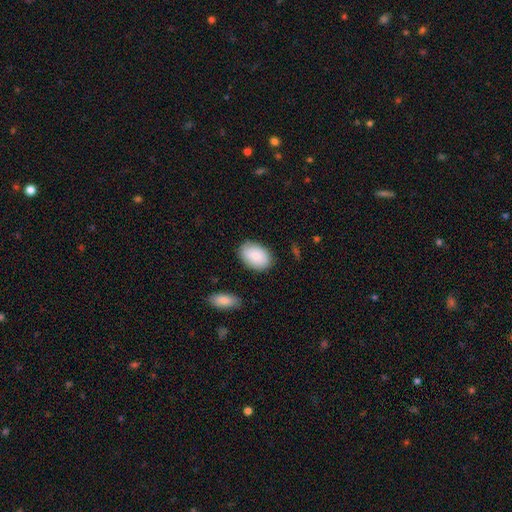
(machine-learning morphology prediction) Smooth or featured: smooth — 86% (featured or disk — 8%)
How rounded: in between — 88% (round — 10%)
Merging: none — 82% (minor disturbance — 13%)